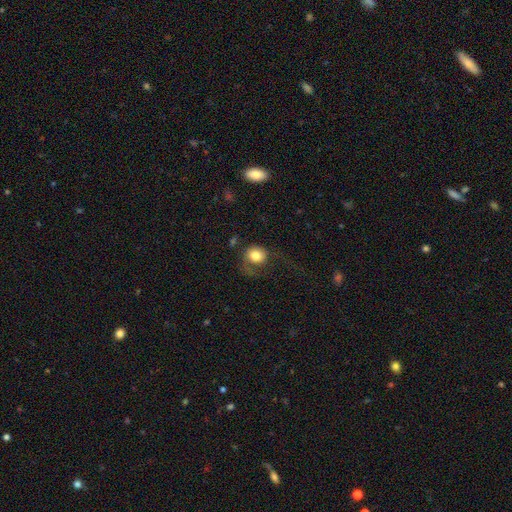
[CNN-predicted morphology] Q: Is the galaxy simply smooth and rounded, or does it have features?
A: smooth — 77%.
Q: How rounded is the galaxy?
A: round — 75%.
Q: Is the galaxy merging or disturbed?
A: none — 42%.